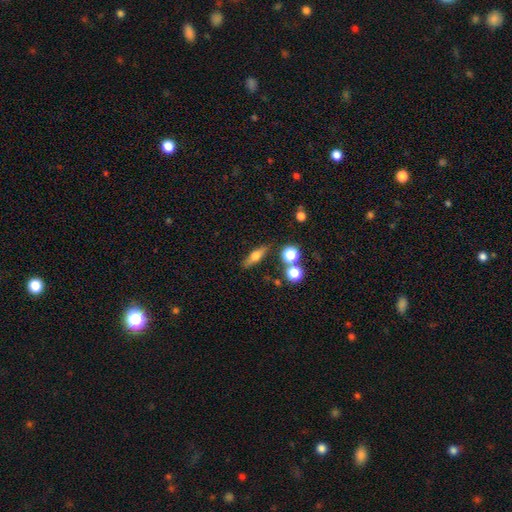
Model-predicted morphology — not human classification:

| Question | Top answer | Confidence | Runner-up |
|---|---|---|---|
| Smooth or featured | smooth | 56% | featured or disk (34%) |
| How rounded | in between | 46% | cigar-shaped (45%) |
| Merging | none | 82% | minor disturbance (10%) |